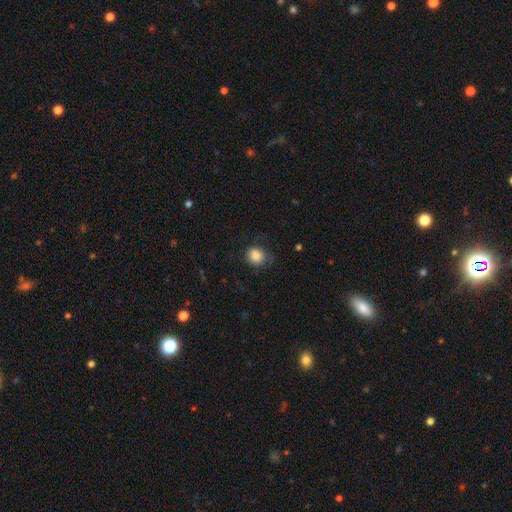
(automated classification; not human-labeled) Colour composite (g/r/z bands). It shows a smooth galaxy with no disk features (86%) that is round (74%). Merging: none (69%).